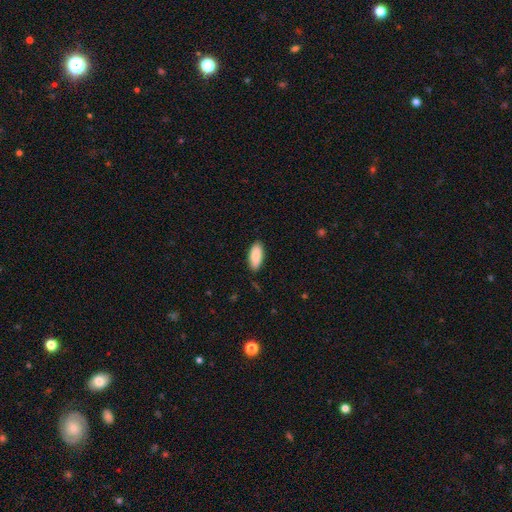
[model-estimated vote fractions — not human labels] Q: Smooth or featured?
A: smooth (89%); runner-up: star or artifact (6%)
Q: How rounded?
A: in between (83%); runner-up: cigar-shaped (16%)
Q: Merging?
A: none (86%); runner-up: minor disturbance (11%)